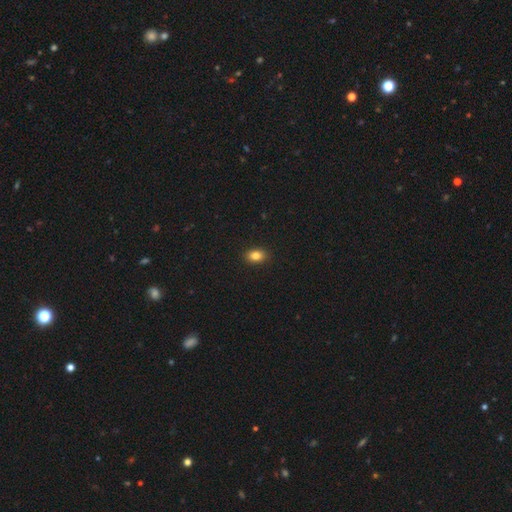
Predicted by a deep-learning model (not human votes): smooth 84%, star or artifact 10%, featured or disk 7%. Down the decision tree: how rounded — in between (81%); merging — none (91%).